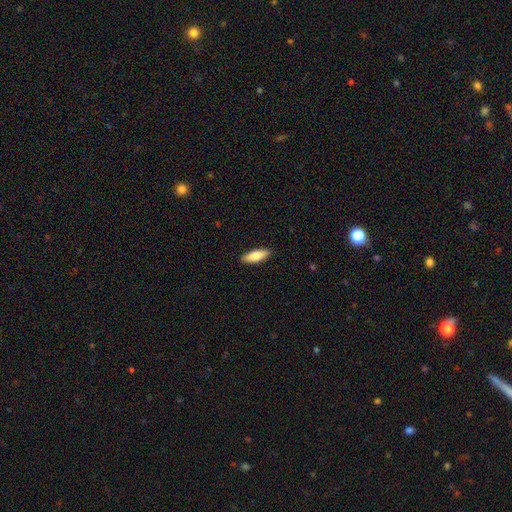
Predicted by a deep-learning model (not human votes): A smooth galaxy with no disk features (81%) that is in between round and cigar-shaped (55%).

Vote fractions:
- Smooth or featured? smooth: 81% / featured or disk: 14% / star or artifact: 5%
- How rounded? in between: 55% / cigar-shaped: 44% / round: 2%
- Merging? none: 90% / minor disturbance: 8% / major disturbance: 2% / merger: 1%